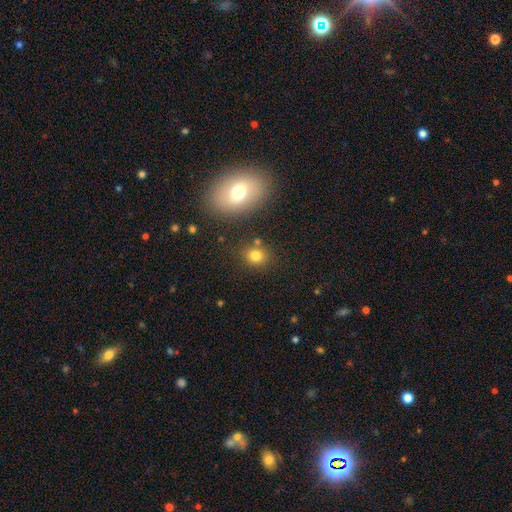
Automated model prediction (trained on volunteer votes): Q: Smooth or featured?
A: smooth (78%); runner-up: star or artifact (14%)
Q: How rounded?
A: round (67%); runner-up: in between (32%)
Q: Merging?
A: none (77%); runner-up: minor disturbance (11%)